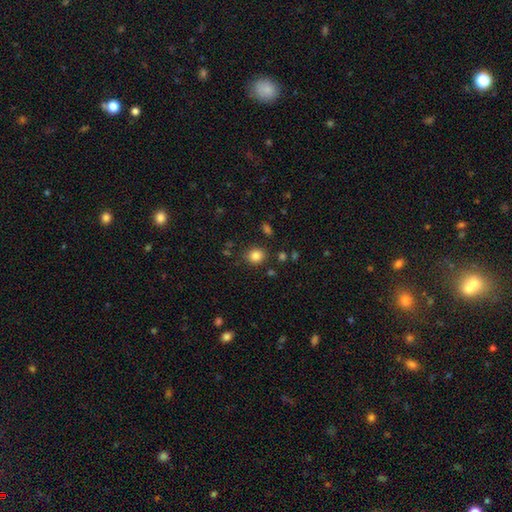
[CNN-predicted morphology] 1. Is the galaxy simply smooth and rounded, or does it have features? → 84% smooth, 11% star or artifact, 5% featured or disk.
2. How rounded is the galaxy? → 76% round, 23% in between, 1% cigar-shaped.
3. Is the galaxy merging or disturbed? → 85% none, 9% minor disturbance, 3% major disturbance, 3% merger.